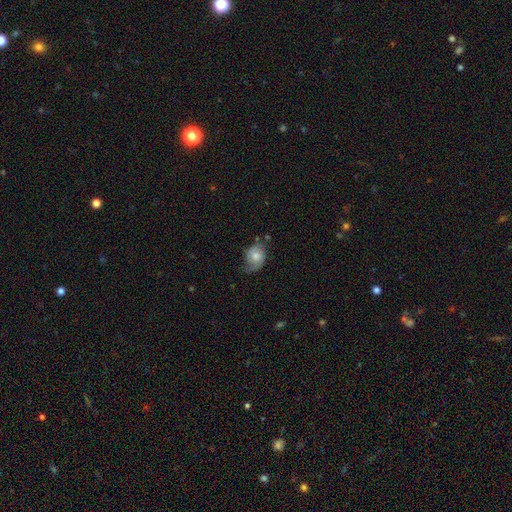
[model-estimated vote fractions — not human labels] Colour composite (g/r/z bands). It shows a smooth galaxy with no disk features (56%) that is in between round and cigar-shaped (59%). Merging: none (44%).